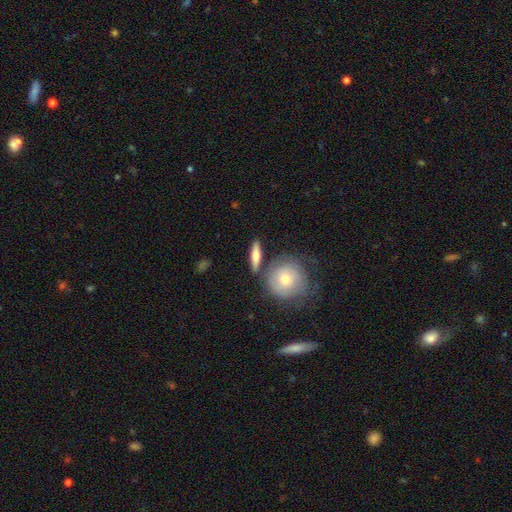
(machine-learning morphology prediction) A smooth galaxy with no disk features (60%) that is cigar-shaped (55%). Merging: none (76%).